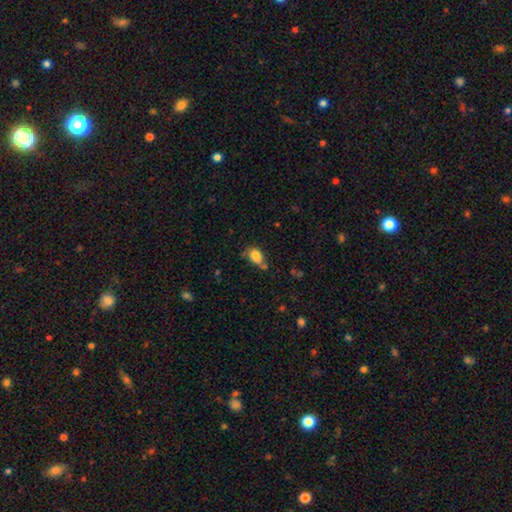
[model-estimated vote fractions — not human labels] This appears to be a smooth galaxy with no disk features (81%) that is in between round and cigar-shaped (76%). Merging: none (48%).